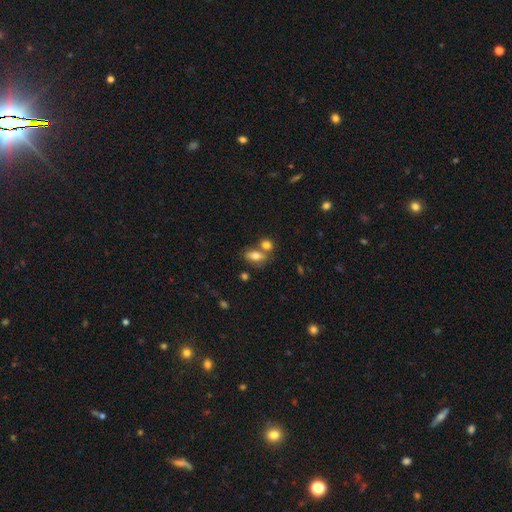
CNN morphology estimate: smooth 75%, featured or disk 16%, star or artifact 10%. Down the decision tree: how rounded — in between (83%); merging — none (48%).